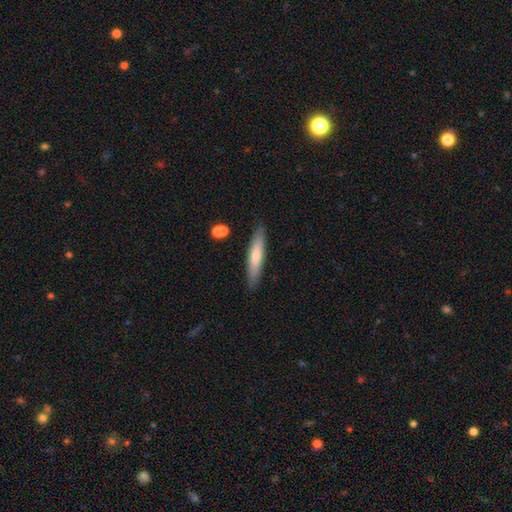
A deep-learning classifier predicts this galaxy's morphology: Smooth or featured?
  - smooth: 64% *
  - featured or disk: 30%
  - star or artifact: 6%
How rounded?
  - cigar-shaped: 88% *
  - in between: 10%
  - round: 1%
Merging?
  - none: 87% *
  - minor disturbance: 9%
  - merger: 2%
  - major disturbance: 2%